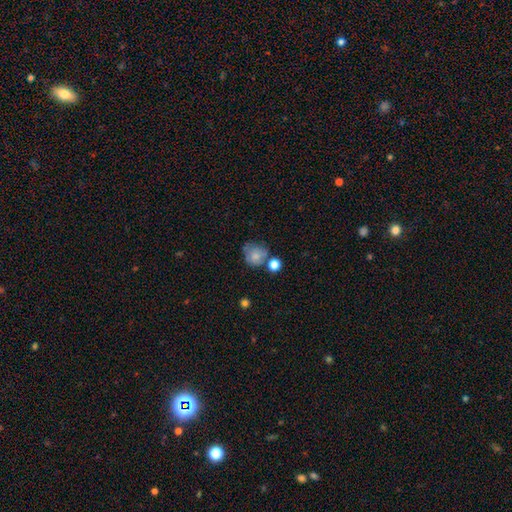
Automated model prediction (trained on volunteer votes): Smooth or featured? Predicted: smooth (p=0.74). How rounded? Predicted: round (p=0.80). Merging? Predicted: none (p=0.49).